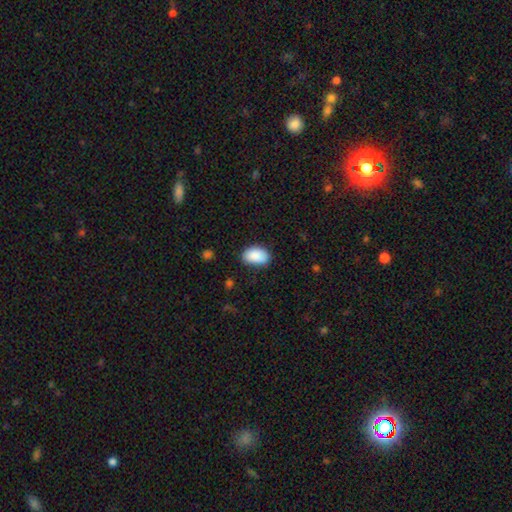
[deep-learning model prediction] This is clearly a smooth galaxy (90%). How rounded: clearly in between (91%). Merging: clearly none (81%).